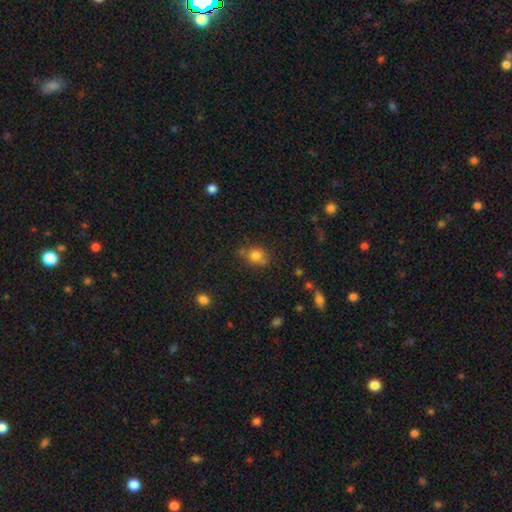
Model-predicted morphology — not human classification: This appears to be a smooth galaxy with no disk features (80%) that is round (69%). Merging: none (63%).